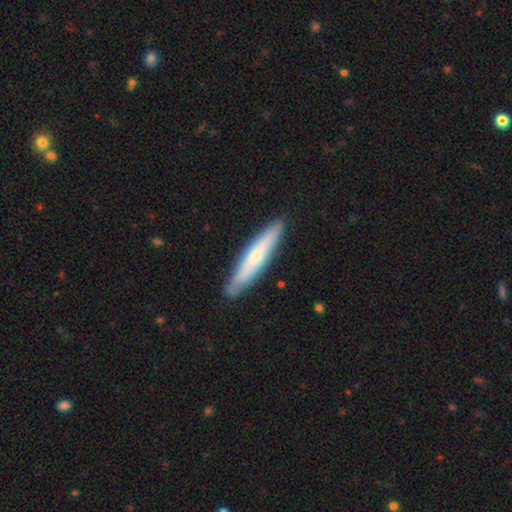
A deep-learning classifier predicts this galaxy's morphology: smooth 59%, featured or disk 36%, star or artifact 5%. Down the decision tree: how rounded — cigar-shaped (91%); merging — none (87%).